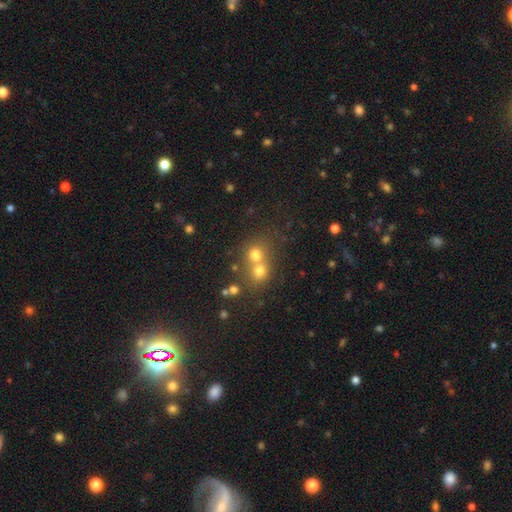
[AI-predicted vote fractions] Smooth or featured? smooth (68%)
How rounded? round (78%)
Merging? merger (57%)